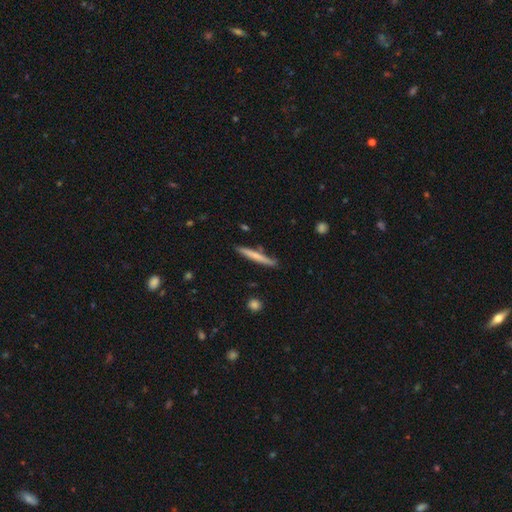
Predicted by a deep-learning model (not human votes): Q: Smooth or featured?
A: smooth (63%); runner-up: featured or disk (32%)
Q: How rounded?
A: cigar-shaped (96%); runner-up: in between (3%)
Q: Merging?
A: none (84%); runner-up: minor disturbance (11%)